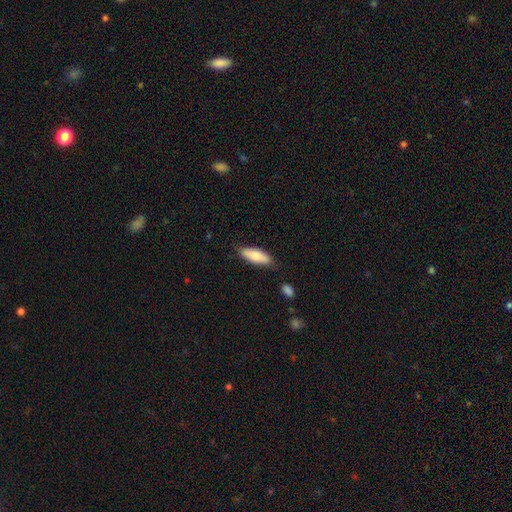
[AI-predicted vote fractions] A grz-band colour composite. It shows a smooth galaxy with no disk features (74%) that is in between round and cigar-shaped (64%). Merging: none (78%).